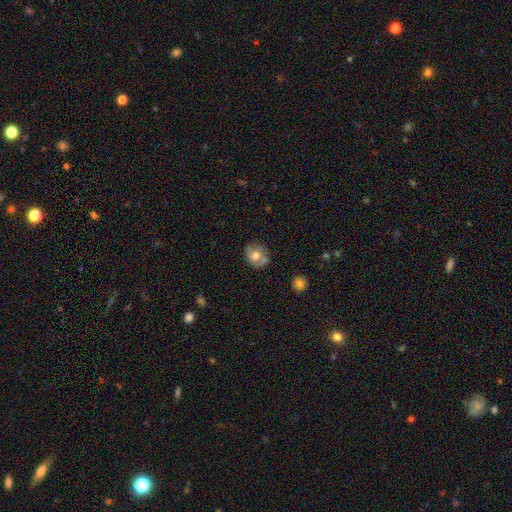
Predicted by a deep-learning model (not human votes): Overall: smooth (54%; featured or disk 37%). How rounded: round (62%; in between 37%). Merging: none (60%; minor disturbance 22%).